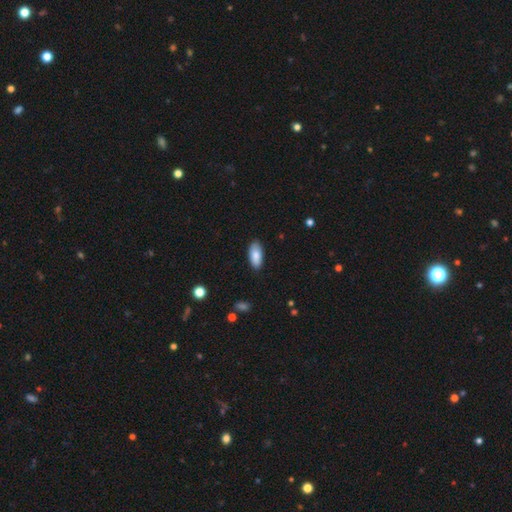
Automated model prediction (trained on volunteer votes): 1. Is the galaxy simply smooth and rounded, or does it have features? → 85% smooth, 9% featured or disk, 6% star or artifact.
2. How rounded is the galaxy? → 90% in between, 8% cigar-shaped, 2% round.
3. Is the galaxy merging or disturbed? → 85% none, 12% minor disturbance, 2% major disturbance, 1% merger.